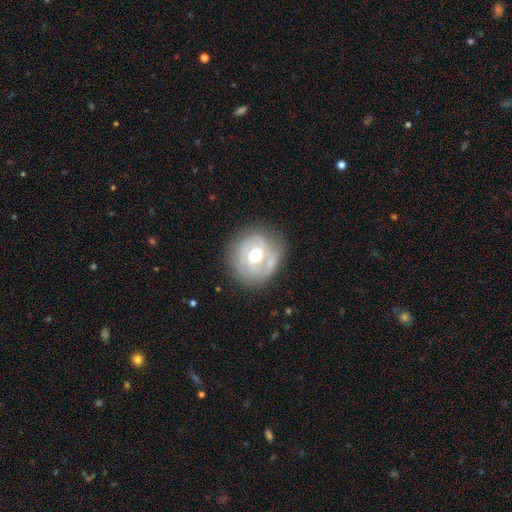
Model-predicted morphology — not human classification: This is likely a featured or disk galaxy (69%). It is clearly not viewed edge-on (97%). Bar: possibly no (54%). Spiral arm pattern: likely yes (78%). Spiral arm count: possibly 2 (50%). Spiral winding: possibly tight (55%). Central bulge: likely moderate (75%). Merging: likely none (72%).